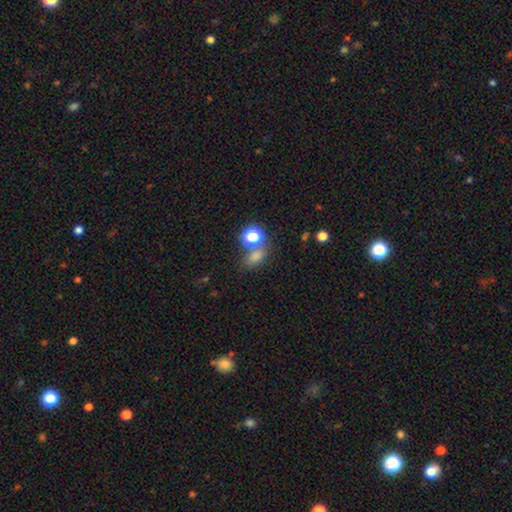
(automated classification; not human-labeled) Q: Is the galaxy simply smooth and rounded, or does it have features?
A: smooth — 68%.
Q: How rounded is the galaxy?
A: in between — 64%.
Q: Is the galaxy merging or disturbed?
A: none — 59%.